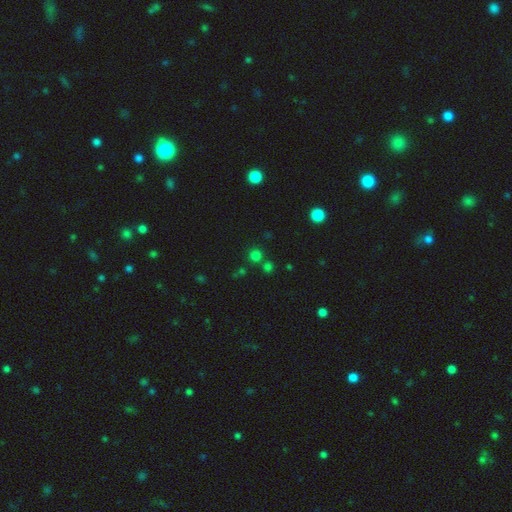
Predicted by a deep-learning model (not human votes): Morphology: type=smooth (69%); roundness=round (93%); merging=none (75%).